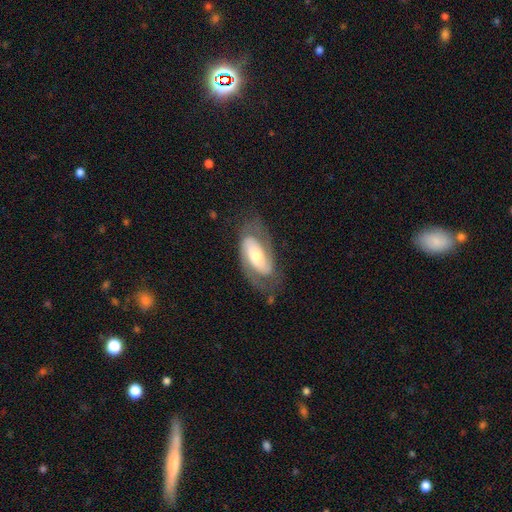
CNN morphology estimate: This is likely a featured or disk galaxy (76%). It is clearly not viewed edge-on (94%). Bar: marginally no (43%). Spiral arm pattern: clearly yes (89%). Spiral arm count: clearly 2 (83%). Spiral winding: marginally medium (43%). Central bulge: possibly moderate (51%). Merging: likely none (67%).